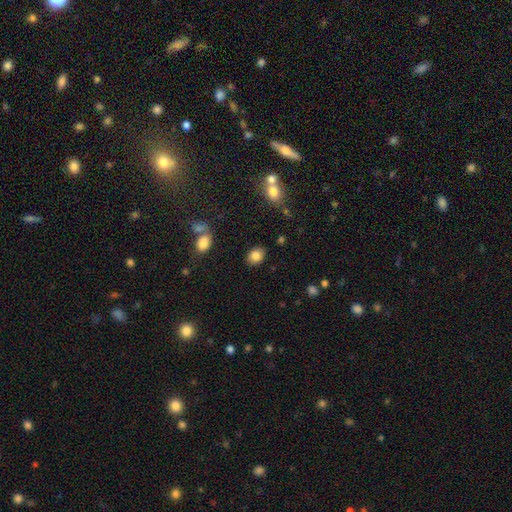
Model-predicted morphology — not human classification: A smooth galaxy with no disk features (84%) that is in between round and cigar-shaped (64%). Merging: none (85%).